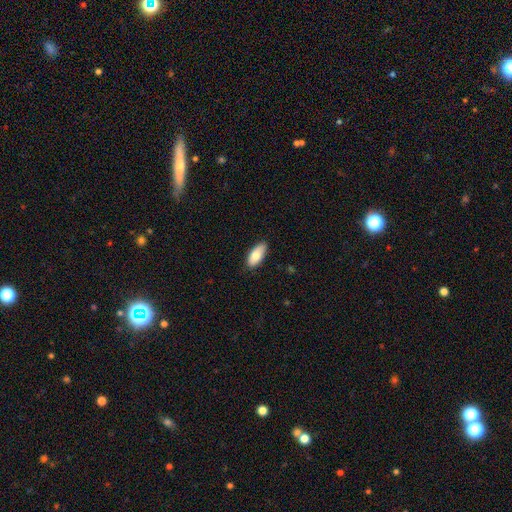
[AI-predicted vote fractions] Smooth or featured? smooth (77%)
How rounded? in between (89%)
Merging? none (84%)